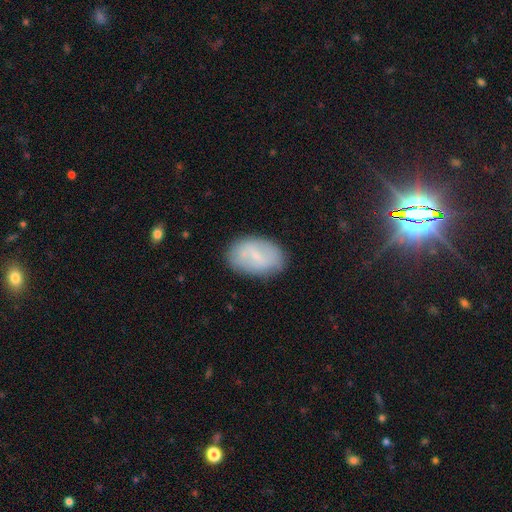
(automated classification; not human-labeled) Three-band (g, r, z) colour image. It shows a smooth galaxy with no disk features (54%) that is in between round and cigar-shaped (91%). Merging: none (81%).